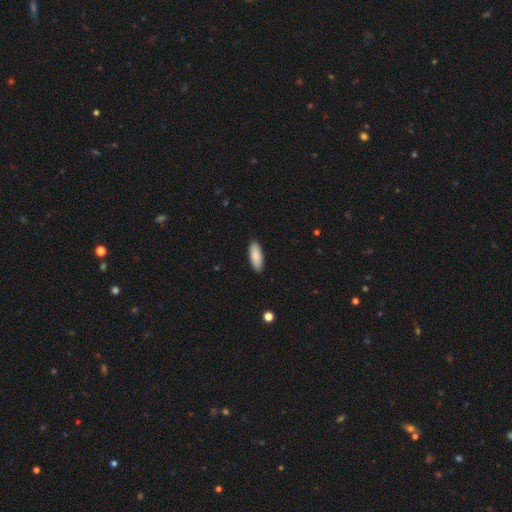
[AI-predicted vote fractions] Smooth or featured?
  - smooth: 89% *
  - star or artifact: 6%
  - featured or disk: 5%
How rounded?
  - in between: 76% *
  - cigar-shaped: 22%
  - round: 2%
Merging?
  - none: 90% *
  - minor disturbance: 8%
  - major disturbance: 2%
  - merger: 1%